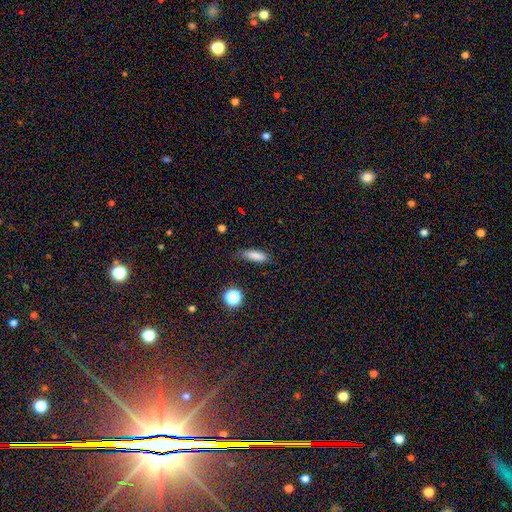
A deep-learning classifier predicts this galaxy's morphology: smooth_or_featured: smooth (p=0.82) [alt: star or artifact p=0.11]
how_rounded: in between (p=0.53) [alt: cigar-shaped p=0.43]
merging: none (p=0.75) [alt: minor disturbance p=0.19]